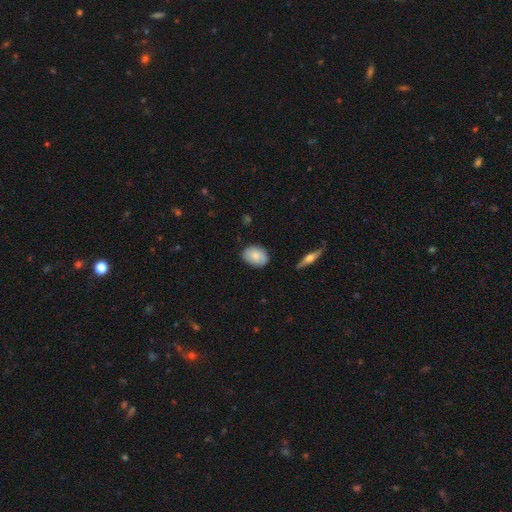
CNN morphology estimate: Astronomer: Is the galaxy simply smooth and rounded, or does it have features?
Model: smooth — 80%.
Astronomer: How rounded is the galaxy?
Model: in between — 77%.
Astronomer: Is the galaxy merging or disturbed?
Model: none — 82%.